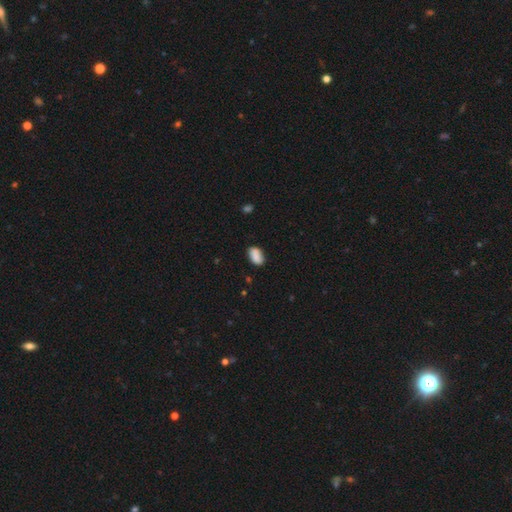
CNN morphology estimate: Smooth or featured? smooth (86%)
How rounded? in between (91%)
Merging? none (77%)